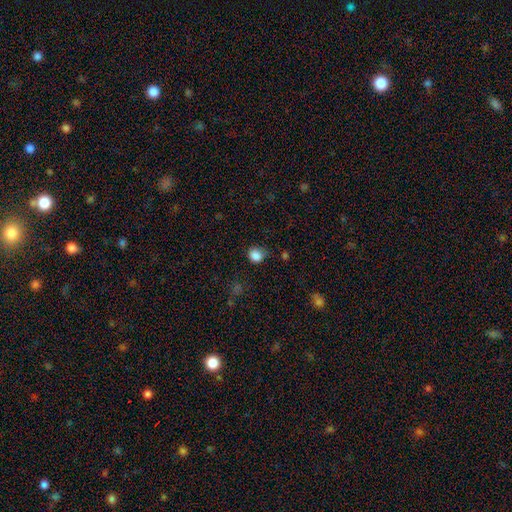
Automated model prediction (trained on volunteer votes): Q: Smooth or featured?
A: smooth (85%); runner-up: star or artifact (11%)
Q: How rounded?
A: round (73%); runner-up: in between (26%)
Q: Merging?
A: none (71%); runner-up: minor disturbance (22%)